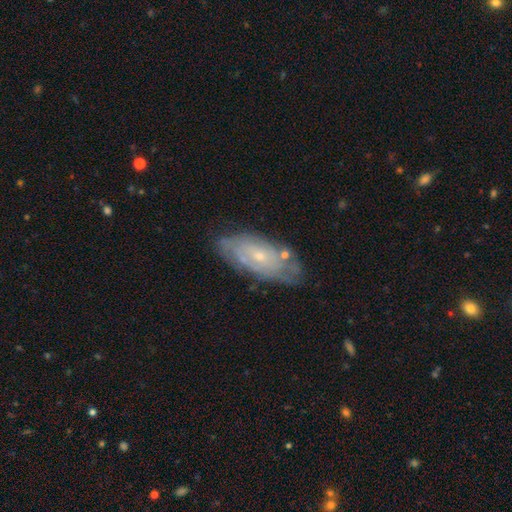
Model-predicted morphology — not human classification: This appears to be a featured or disk galaxy (65%) with no bar (75%), spiral arms (76%) and a small central bulge (74%). Merging: none (78%).